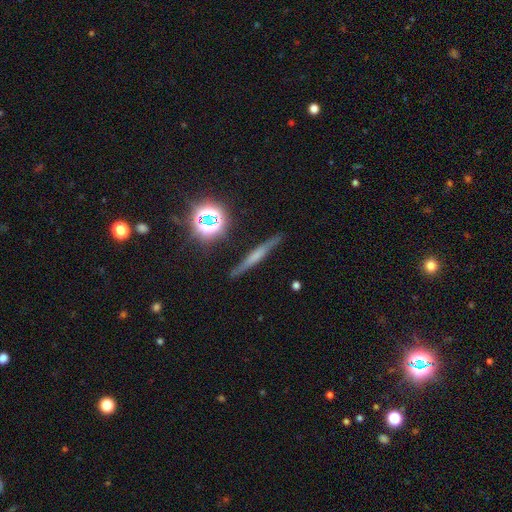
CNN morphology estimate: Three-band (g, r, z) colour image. It shows a featured or disk galaxy (49%). Merging: none (86%).